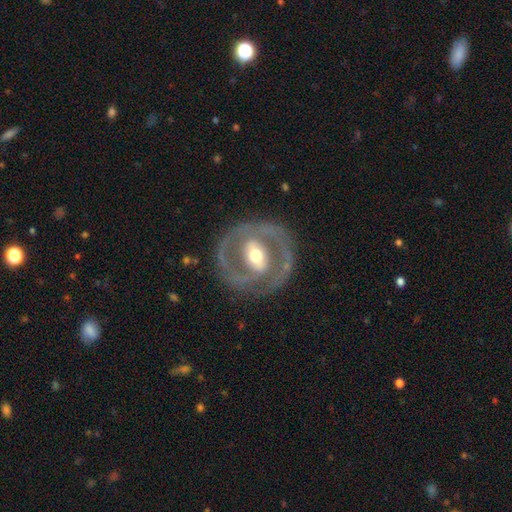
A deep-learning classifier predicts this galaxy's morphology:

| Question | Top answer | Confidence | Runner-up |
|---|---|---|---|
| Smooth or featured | featured or disk | 76% | smooth (19%) |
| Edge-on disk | no | 94% | yes (6%) |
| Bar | strong | 40% | weak (33%) |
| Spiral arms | no | 54% | yes (46%) |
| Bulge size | moderate | 69% | small (15%) |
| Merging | none | 79% | minor disturbance (12%) |